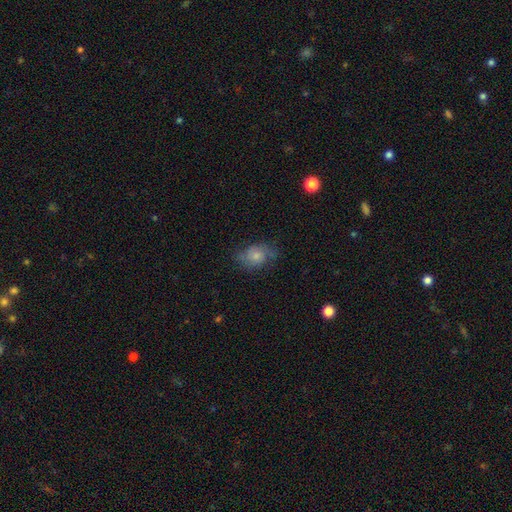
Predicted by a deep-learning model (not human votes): Smooth or featured? Predicted: smooth (p=0.56). How rounded? Predicted: in between (p=0.63). Merging? Predicted: none (p=0.61).